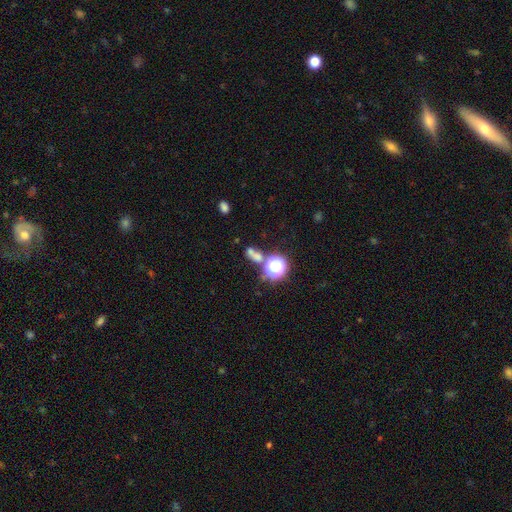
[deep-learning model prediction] smooth 55%, star or artifact 31%, featured or disk 14%. Down the decision tree: how rounded — round (52%); merging — none (40%).